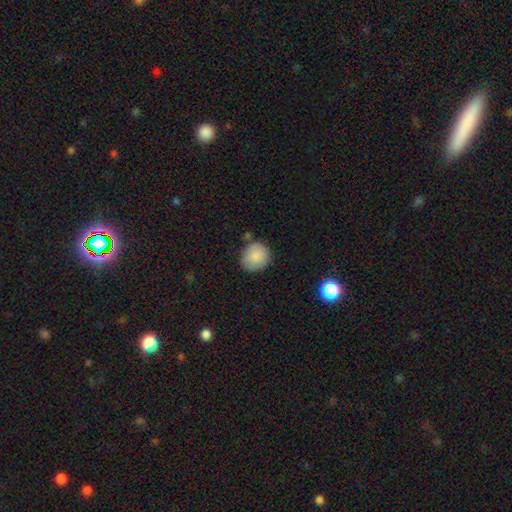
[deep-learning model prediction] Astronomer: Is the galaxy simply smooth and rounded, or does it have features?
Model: smooth — 86%.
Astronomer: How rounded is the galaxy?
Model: round — 84%.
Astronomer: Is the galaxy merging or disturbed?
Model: none — 75%.